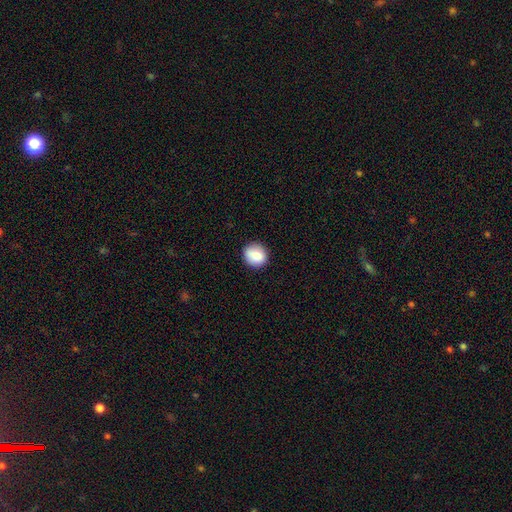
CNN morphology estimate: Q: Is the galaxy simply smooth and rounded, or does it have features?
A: smooth — 84%.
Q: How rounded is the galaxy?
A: round — 85%.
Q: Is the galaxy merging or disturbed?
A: none — 87%.